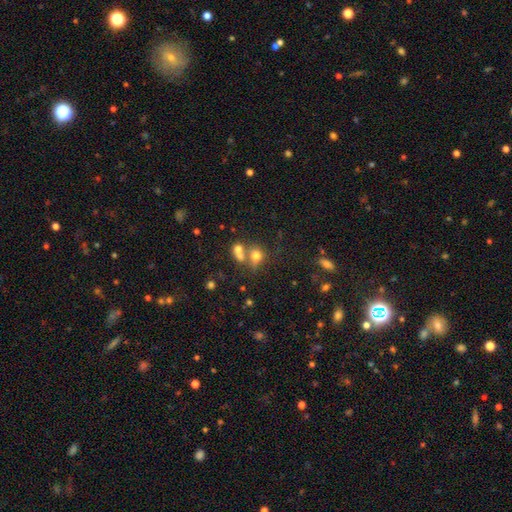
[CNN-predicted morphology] smooth_or_featured: smooth (p=0.69) [alt: star or artifact p=0.16]
how_rounded: round (p=0.64) [alt: in between p=0.33]
merging: merger (p=0.46) [alt: none p=0.38]